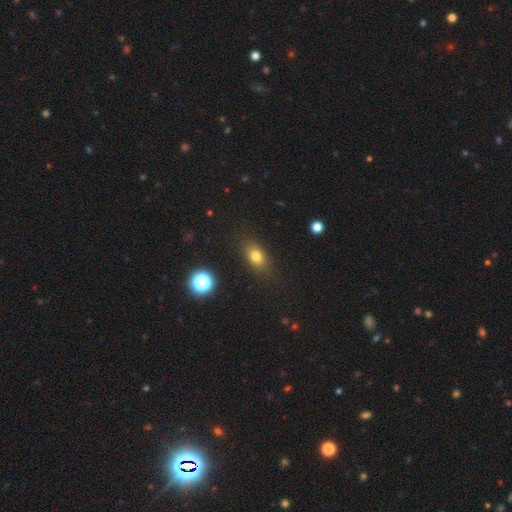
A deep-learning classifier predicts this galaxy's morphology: smooth-or-featured: smooth: 77% | star or artifact: 13% | featured or disk: 10%
  how-rounded: in between: 75% | round: 21% | cigar-shaped: 5%
  merging: none: 83% | minor disturbance: 11% | major disturbance: 4% | merger: 2%